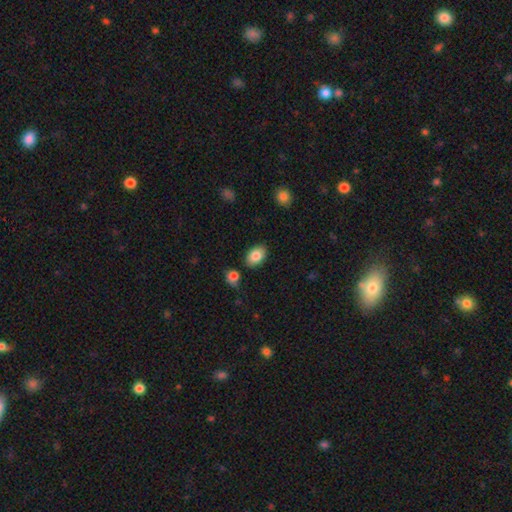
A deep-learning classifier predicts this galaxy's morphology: A smooth galaxy with no disk features (84%) that is in between round and cigar-shaped (89%).

Vote fractions:
- Smooth or featured? smooth: 84% / featured or disk: 9% / star or artifact: 7%
- How rounded? in between: 89% / round: 10% / cigar-shaped: 1%
- Merging? none: 83% / minor disturbance: 10% / merger: 4% / major disturbance: 2%